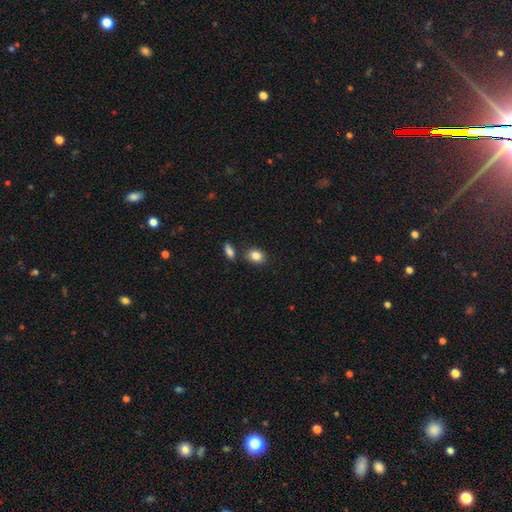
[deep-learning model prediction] Smooth or featured? smooth (85%)
How rounded? in between (62%)
Merging? none (77%)